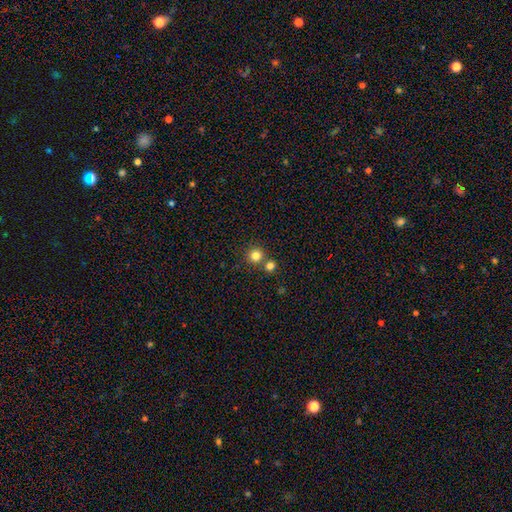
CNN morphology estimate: Smooth or featured: smooth — 81% (star or artifact — 14%)
How rounded: round — 94% (in between — 5%)
Merging: none — 72% (merger — 20%)